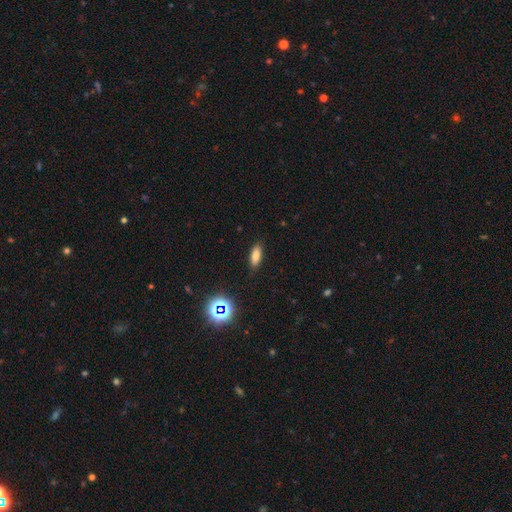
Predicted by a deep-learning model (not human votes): Smooth or featured: smooth — 78% (star or artifact — 13%)
How rounded: in between — 74% (cigar-shaped — 22%)
Merging: none — 86% (minor disturbance — 10%)